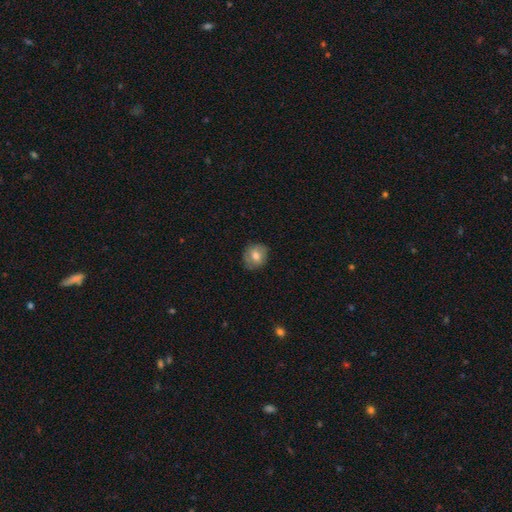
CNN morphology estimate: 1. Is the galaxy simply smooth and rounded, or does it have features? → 70% smooth, 21% featured or disk, 9% star or artifact.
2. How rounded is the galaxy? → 81% round, 18% in between, 1% cigar-shaped.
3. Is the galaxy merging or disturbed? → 79% none, 16% minor disturbance, 3% major disturbance, 1% merger.